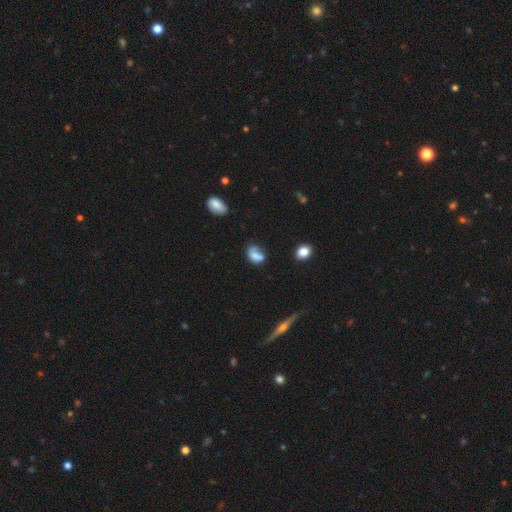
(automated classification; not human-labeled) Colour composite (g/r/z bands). It shows a smooth galaxy with no disk features (68%) that is in between round and cigar-shaped (76%). Merging: none (36%).